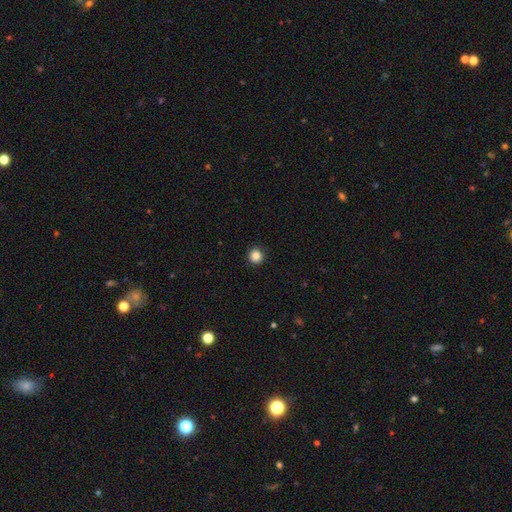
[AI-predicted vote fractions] Overall: smooth (85%). How rounded: round (95%). Merging: none (93%).